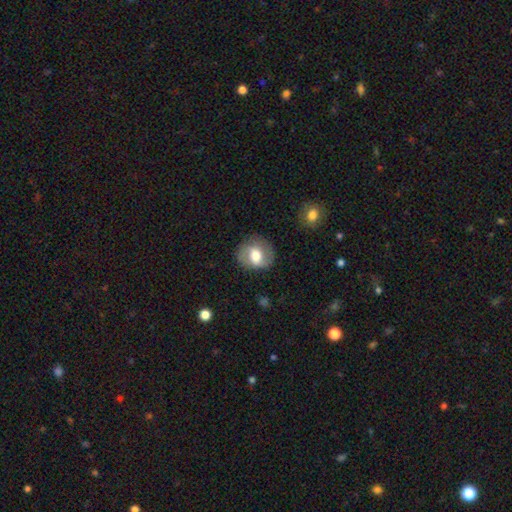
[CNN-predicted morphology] Overall: smooth (48%; featured or disk 44%). Merging: none (78%).